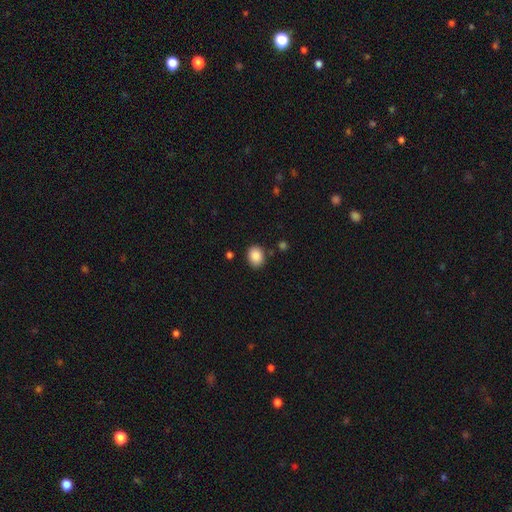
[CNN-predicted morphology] Q: Smooth or featured?
A: smooth (88%); runner-up: star or artifact (8%)
Q: How rounded?
A: round (51%); runner-up: in between (49%)
Q: Merging?
A: none (82%); runner-up: minor disturbance (11%)